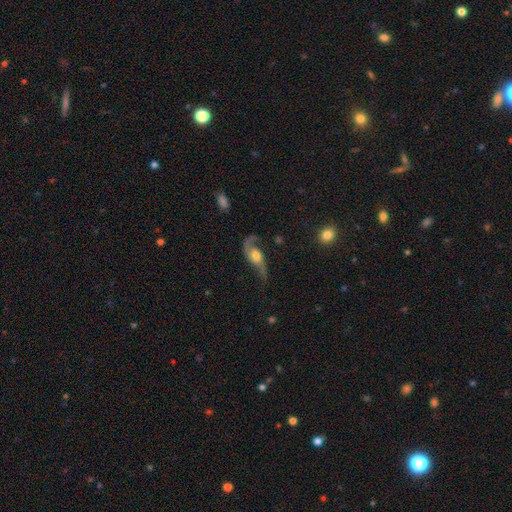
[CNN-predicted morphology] type=featured or disk (78%); edge-on=no (91%); bar=no (68%); spiral arms=yes (92%); winding=loose (73%); arm count=2 (80%); bulge=moderate (60%); merging=none (48%).